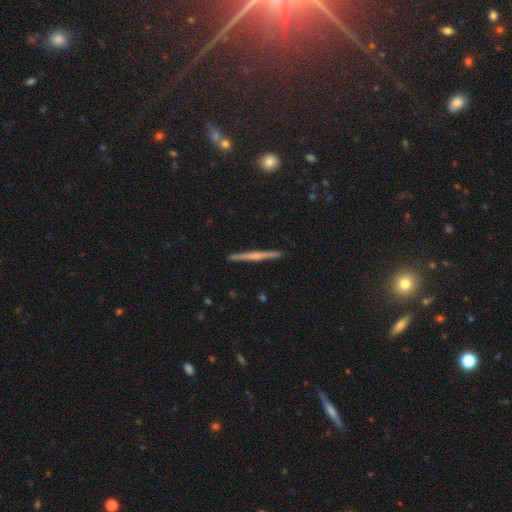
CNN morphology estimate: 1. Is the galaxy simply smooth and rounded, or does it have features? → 65% featured or disk, 29% smooth, 6% star or artifact.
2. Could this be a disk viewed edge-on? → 98% yes, 2% no.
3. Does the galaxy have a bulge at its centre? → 50% rounded, 38% none, 12% boxy.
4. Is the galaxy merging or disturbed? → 93% none, 5% minor disturbance, 1% major disturbance, 1% merger.